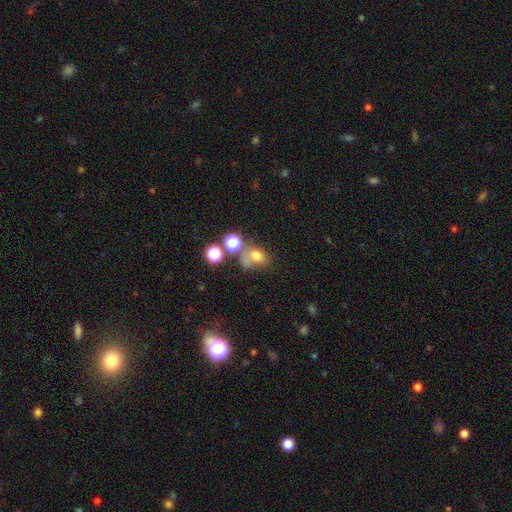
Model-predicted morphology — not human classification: type=smooth (69%); roundness=round (57%); merging=none (39%).